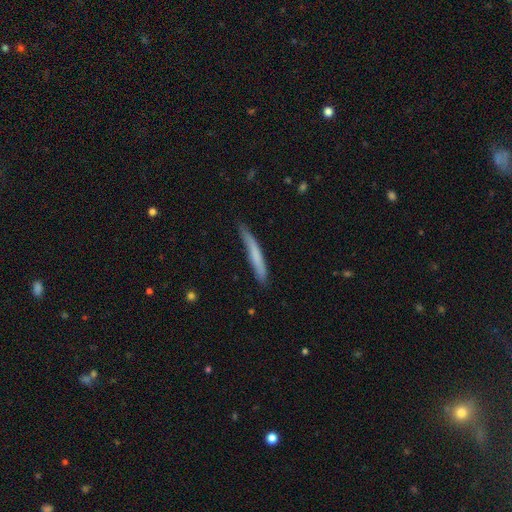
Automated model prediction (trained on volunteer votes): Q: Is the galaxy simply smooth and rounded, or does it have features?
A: smooth — 68%.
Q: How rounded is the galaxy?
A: cigar-shaped — 96%.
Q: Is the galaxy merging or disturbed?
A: none — 76%.